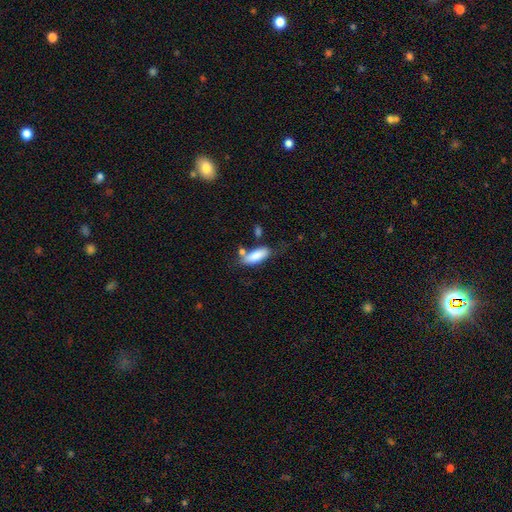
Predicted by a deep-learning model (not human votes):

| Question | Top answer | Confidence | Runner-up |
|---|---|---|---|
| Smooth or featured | smooth | 85% | featured or disk (9%) |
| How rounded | in between | 73% | cigar-shaped (25%) |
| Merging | none | 60% | minor disturbance (20%) |